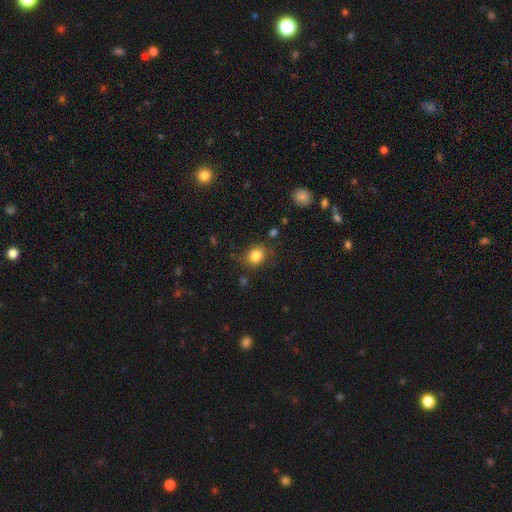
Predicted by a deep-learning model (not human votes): The model was most divided on "how rounded": round: 65%, in between: 34%, cigar-shaped: 1%. More confident: smooth or featured — smooth (83%); merging — none (77%).